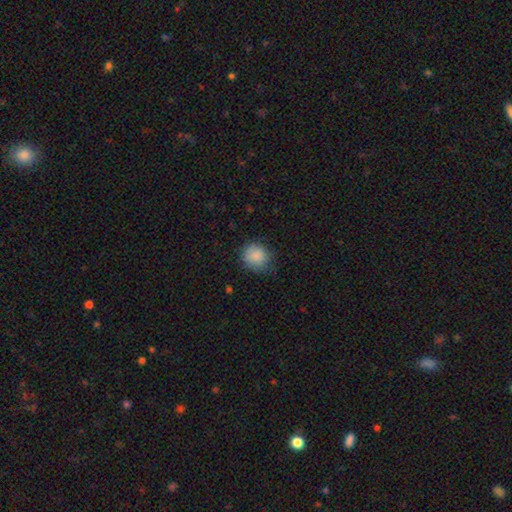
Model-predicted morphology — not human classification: Smooth or featured? smooth (87%)
How rounded? round (84%)
Merging? none (73%)